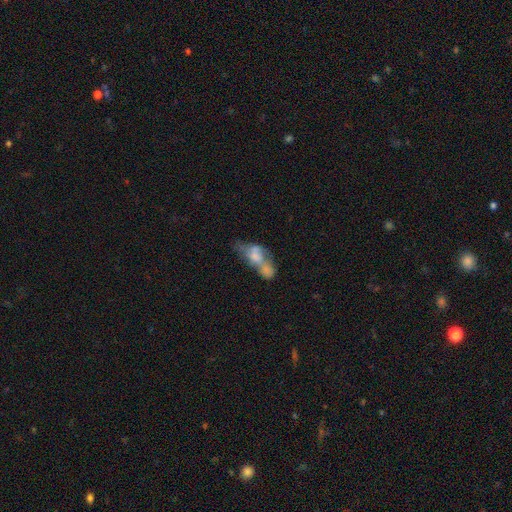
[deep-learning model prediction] Overall: smooth (53%; featured or disk 37%). How rounded: in between (78%). Merging: merger (65%).